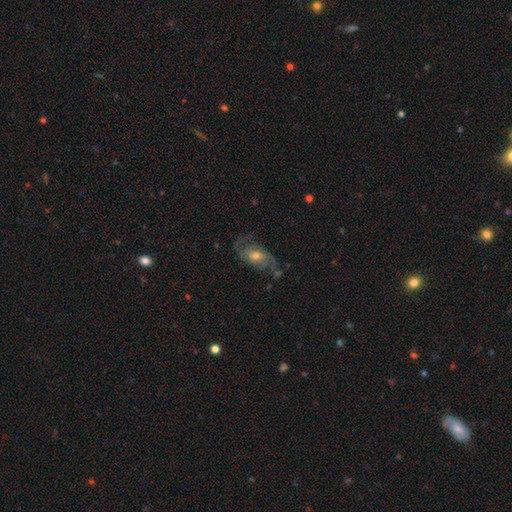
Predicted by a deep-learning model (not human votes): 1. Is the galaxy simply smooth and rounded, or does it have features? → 69% featured or disk, 22% smooth, 8% star or artifact.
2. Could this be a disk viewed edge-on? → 94% no, 6% yes.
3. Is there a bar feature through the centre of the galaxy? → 61% no, 32% weak, 7% strong.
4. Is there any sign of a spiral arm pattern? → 87% yes, 13% no.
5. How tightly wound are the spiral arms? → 43% medium, 40% loose, 17% tight.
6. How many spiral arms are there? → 80% 2, 10% can't tell, 4% 1, 3% 3, 1% 4, 1% more than 4.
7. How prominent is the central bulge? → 61% moderate, 29% small, 7% large, 2% none, 1% dominant.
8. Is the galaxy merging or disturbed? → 62% none, 21% minor disturbance, 14% major disturbance, 3% merger.